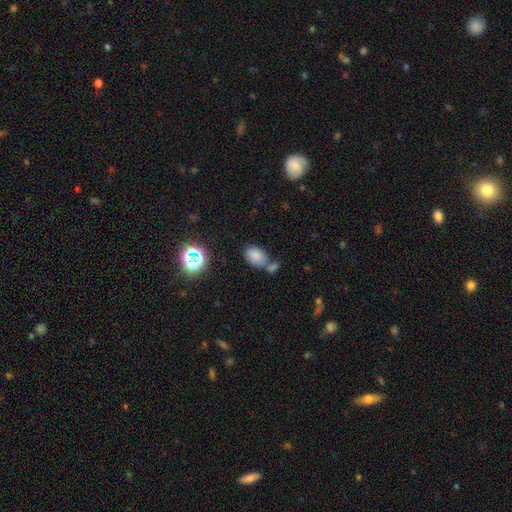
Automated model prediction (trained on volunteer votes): The model was most divided on "merging": none: 48%, merger: 30%, minor disturbance: 16%, major disturbance: 6%. More confident: how rounded — in between (85%); smooth or featured — smooth (78%).